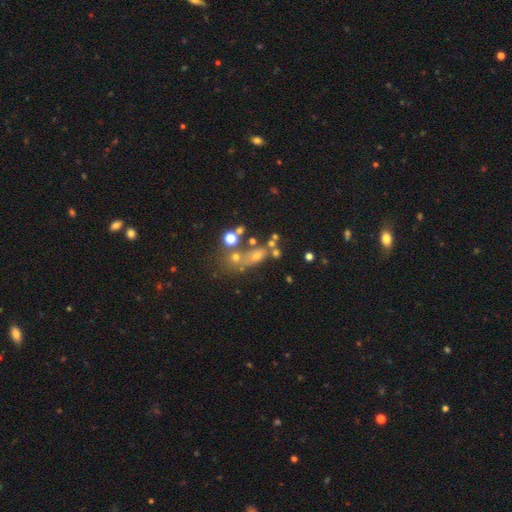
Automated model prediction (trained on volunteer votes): A smooth galaxy with no disk features (38%). Merging: none (39%).